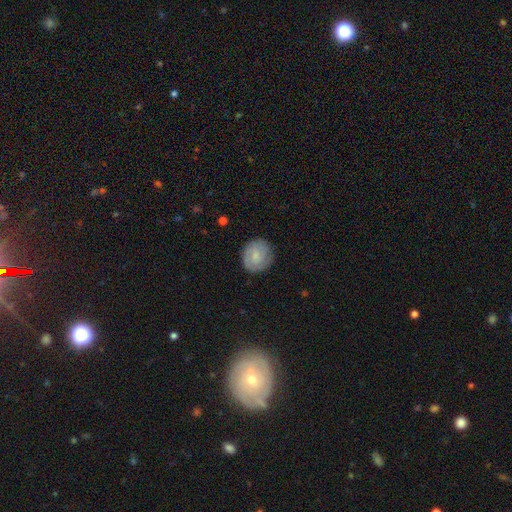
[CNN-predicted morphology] This appears to be a smooth galaxy with no disk features (49%). Merging: none (84%).